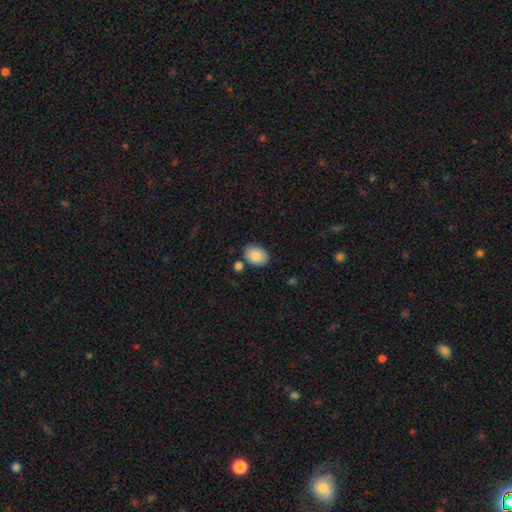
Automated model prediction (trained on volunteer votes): This is clearly a smooth galaxy (87%). How rounded: clearly in between (82%). Merging: likely none (78%).